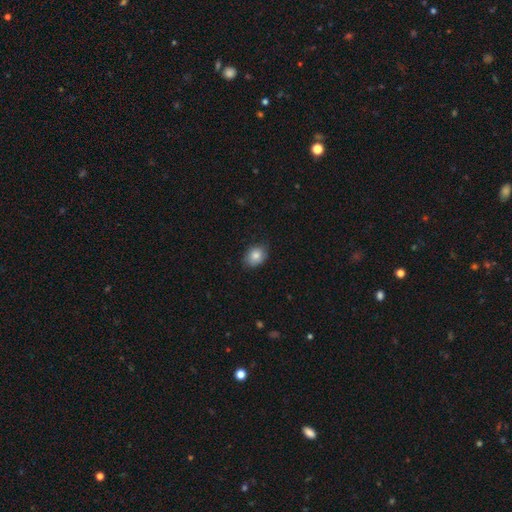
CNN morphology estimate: Smooth or featured: smooth — 82% (featured or disk — 9%)
How rounded: in between — 60% (round — 39%)
Merging: none — 80% (minor disturbance — 17%)